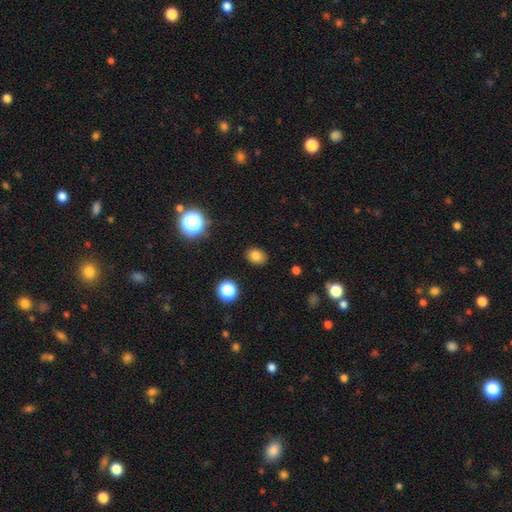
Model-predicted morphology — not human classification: A smooth galaxy with no disk features (80%) that is in between round and cigar-shaped (63%). Merging: none (87%).